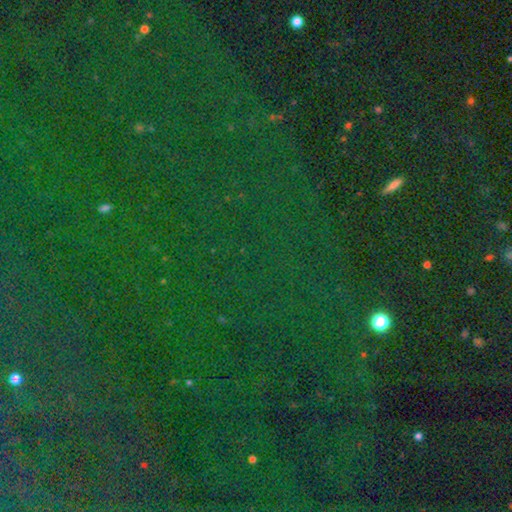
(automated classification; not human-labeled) A star or artifact, not a galaxy (80%).

Vote fractions:
- Smooth or featured? star or artifact: 80% / smooth: 13% / featured or disk: 8%